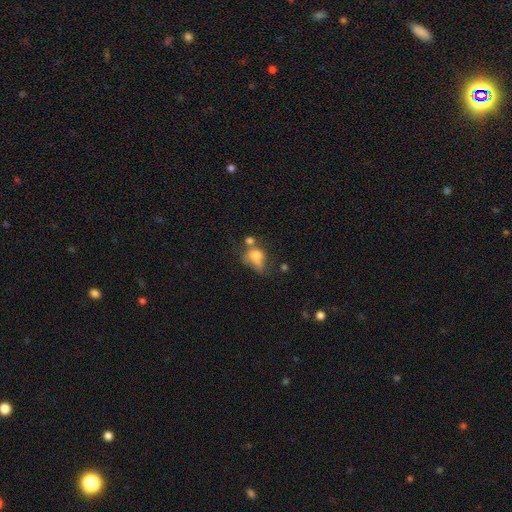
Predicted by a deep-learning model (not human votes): This appears to be a smooth galaxy with no disk features (67%) that is in between round and cigar-shaped (66%). Merging: major disturbance (29%, tied with merger).